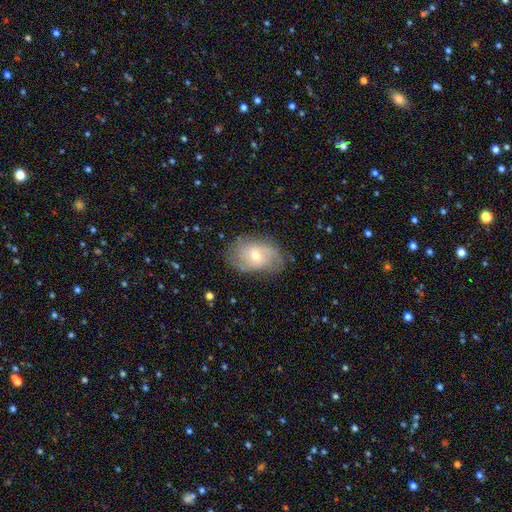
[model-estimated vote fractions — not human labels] Smooth or featured?
  - featured or disk: 60% *
  - smooth: 32%
  - star or artifact: 8%
Edge-on disk?
  - no: 94% *
  - yes: 6%
Bar?
  - no: 66% *
  - weak: 28%
  - strong: 5%
Spiral arms?
  - yes: 79% *
  - no: 21%
Bulge size?
  - moderate: 55% *
  - small: 41%
  - large: 3%
  - none: 1%
  - dominant: 1%
Merging?
  - none: 73% *
  - minor disturbance: 19%
  - major disturbance: 6%
  - merger: 1%